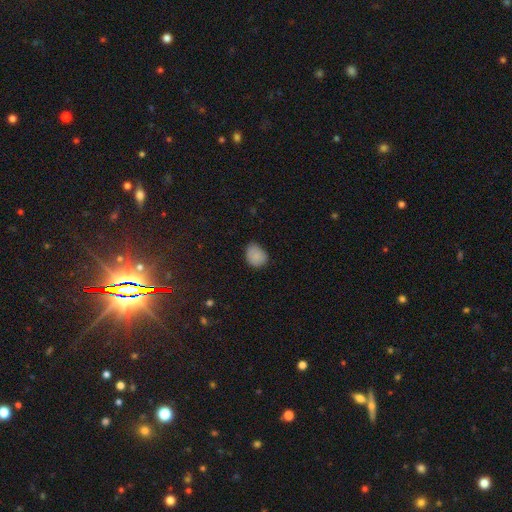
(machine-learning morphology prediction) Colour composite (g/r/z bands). It shows a smooth galaxy with no disk features (84%) that is round (50%). Merging: none (65%).